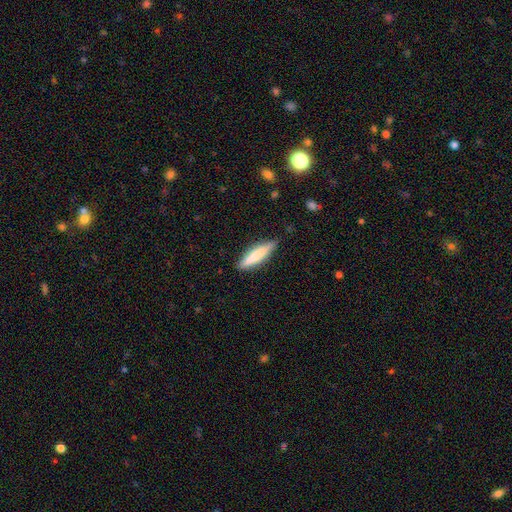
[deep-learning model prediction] Smooth or featured? Predicted: smooth (p=0.70). How rounded? Predicted: cigar-shaped (p=0.77). Merging? Predicted: none (p=0.85).